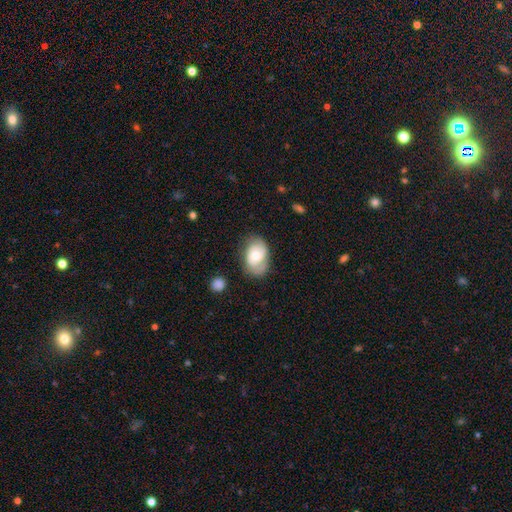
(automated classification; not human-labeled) smooth-or-featured: featured or disk: 47% | smooth: 46% | star or artifact: 7%
  merging: none: 66% | minor disturbance: 24% | major disturbance: 8% | merger: 3%